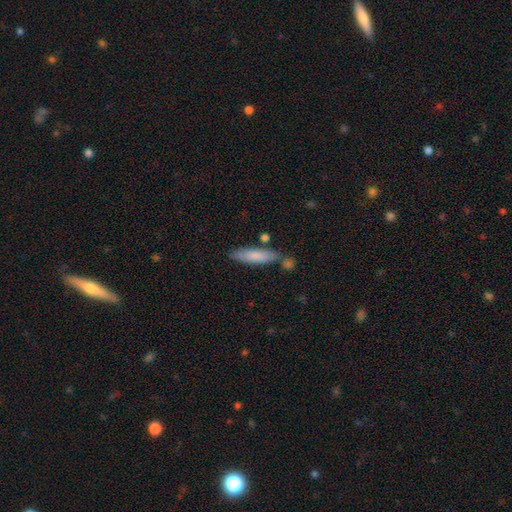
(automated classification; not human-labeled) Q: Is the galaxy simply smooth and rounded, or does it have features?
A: smooth — 78%.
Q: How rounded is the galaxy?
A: cigar-shaped — 77%.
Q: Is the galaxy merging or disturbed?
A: none — 73%.